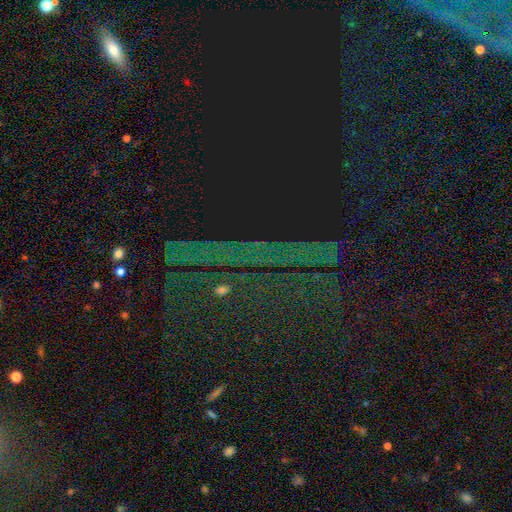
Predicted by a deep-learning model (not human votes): Morphology: type=star or artifact (82%).